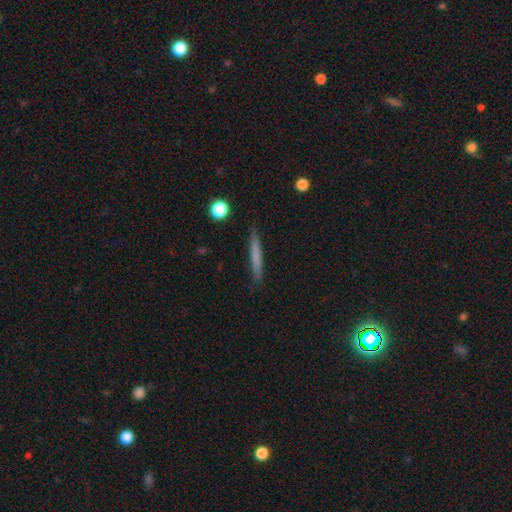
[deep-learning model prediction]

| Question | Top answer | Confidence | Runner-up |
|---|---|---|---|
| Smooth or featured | smooth | 67% | featured or disk (26%) |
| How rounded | cigar-shaped | 96% | in between (3%) |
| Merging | none | 88% | minor disturbance (9%) |